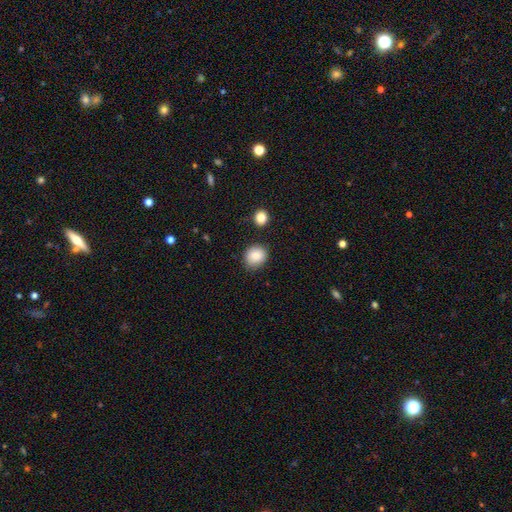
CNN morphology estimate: smooth_or_featured: smooth (p=0.88) [alt: star or artifact p=0.08]
how_rounded: round (p=0.74) [alt: in between p=0.25]
merging: none (p=0.82) [alt: minor disturbance p=0.12]